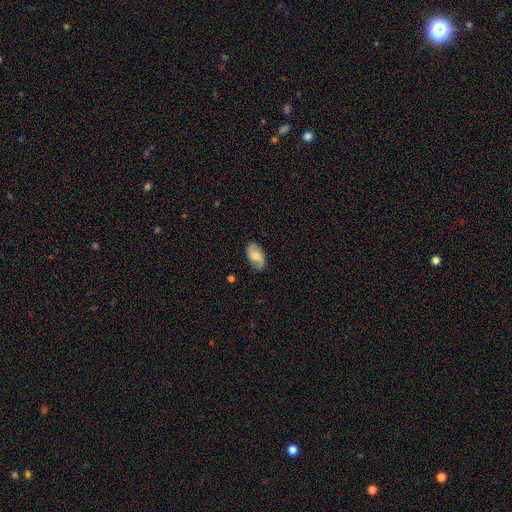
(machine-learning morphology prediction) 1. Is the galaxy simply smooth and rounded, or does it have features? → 53% featured or disk, 40% smooth, 7% star or artifact.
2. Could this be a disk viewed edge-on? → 95% no, 5% yes.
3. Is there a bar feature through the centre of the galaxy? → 51% no, 40% weak, 9% strong.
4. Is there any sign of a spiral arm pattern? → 91% yes, 9% no.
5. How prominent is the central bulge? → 48% moderate, 32% small, 10% none, 9% large, 2% dominant.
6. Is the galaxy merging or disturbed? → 80% none, 15% minor disturbance, 3% major disturbance, 1% merger.